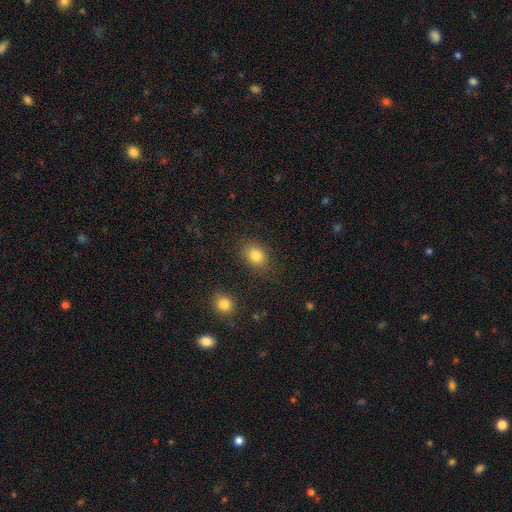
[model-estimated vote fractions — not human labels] Q: Smooth or featured?
A: smooth (83%); runner-up: star or artifact (10%)
Q: How rounded?
A: in between (58%); runner-up: round (40%)
Q: Merging?
A: none (81%); runner-up: minor disturbance (12%)